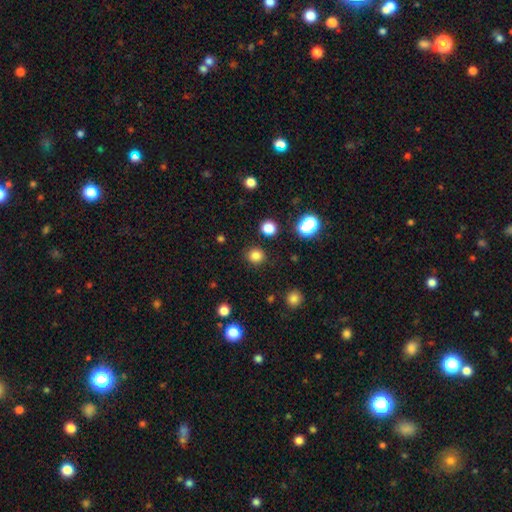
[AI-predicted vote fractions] This appears to be a smooth galaxy with no disk features (81%) that is round (90%). Merging: none (89%).